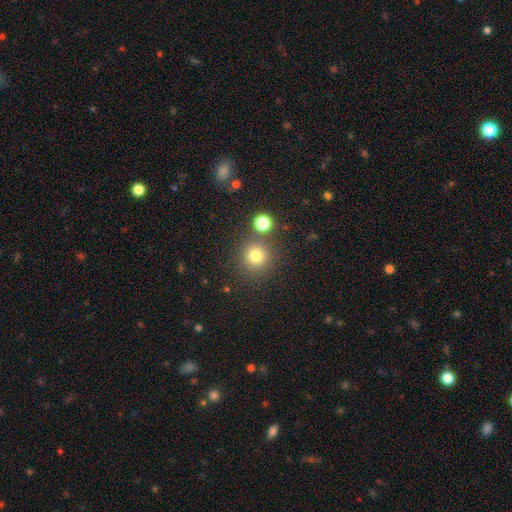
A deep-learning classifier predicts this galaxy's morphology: The model was most divided on "smooth or featured": smooth: 78%, star or artifact: 15%, featured or disk: 7%. More confident: how rounded — round (94%); merging — none (79%).